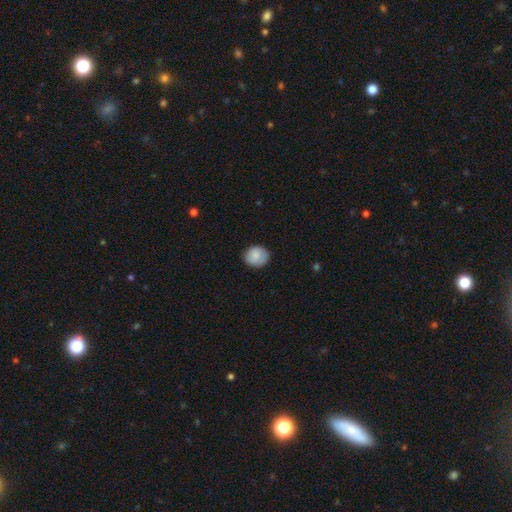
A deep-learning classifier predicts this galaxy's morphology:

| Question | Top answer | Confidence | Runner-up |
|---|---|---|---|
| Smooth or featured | smooth | 85% | featured or disk (8%) |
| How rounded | round | 81% | in between (18%) |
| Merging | none | 84% | minor disturbance (12%) |